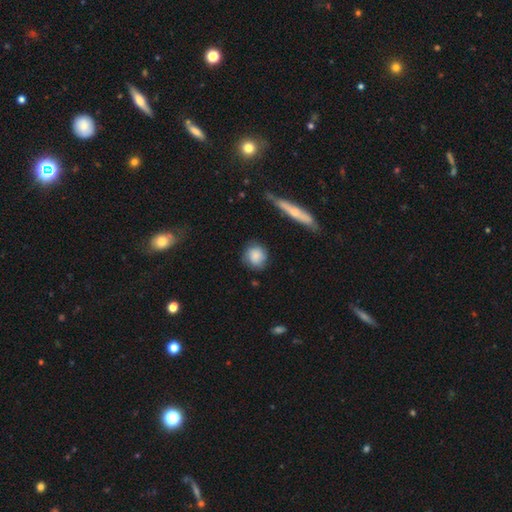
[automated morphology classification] Q: Smooth or featured?
A: smooth (74%); runner-up: featured or disk (19%)
Q: How rounded?
A: round (83%); runner-up: in between (15%)
Q: Merging?
A: none (72%); runner-up: minor disturbance (19%)